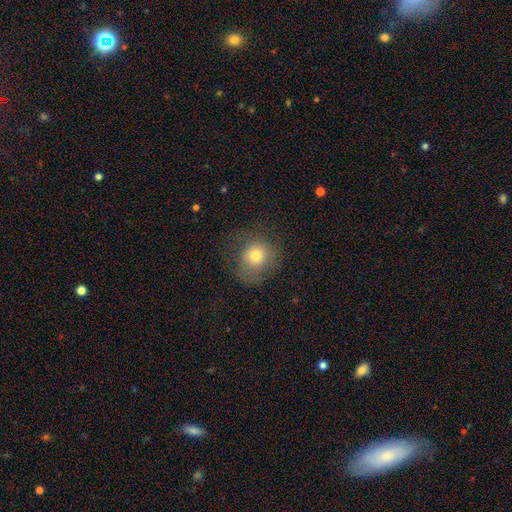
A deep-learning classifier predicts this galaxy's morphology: Smooth or featured?
  - smooth: 74% *
  - featured or disk: 14%
  - star or artifact: 12%
How rounded?
  - round: 82% *
  - in between: 17%
  - cigar-shaped: 1%
Merging?
  - none: 65% *
  - minor disturbance: 20%
  - major disturbance: 14%
  - merger: 1%